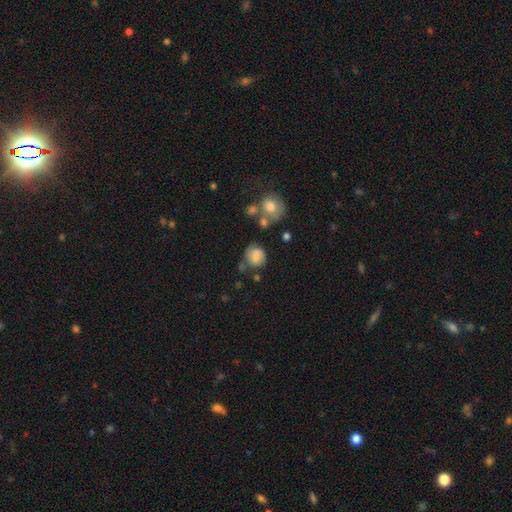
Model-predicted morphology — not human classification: A smooth galaxy with no disk features (76%) that is round (77%). Merging: none (59%).